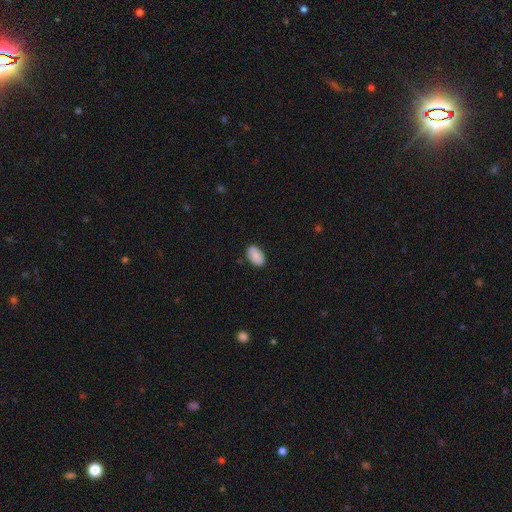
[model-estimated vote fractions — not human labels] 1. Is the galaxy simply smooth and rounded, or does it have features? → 87% smooth, 7% star or artifact, 6% featured or disk.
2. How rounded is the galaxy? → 92% in between, 6% round, 1% cigar-shaped.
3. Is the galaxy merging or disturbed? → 83% none, 13% minor disturbance, 2% major disturbance, 1% merger.